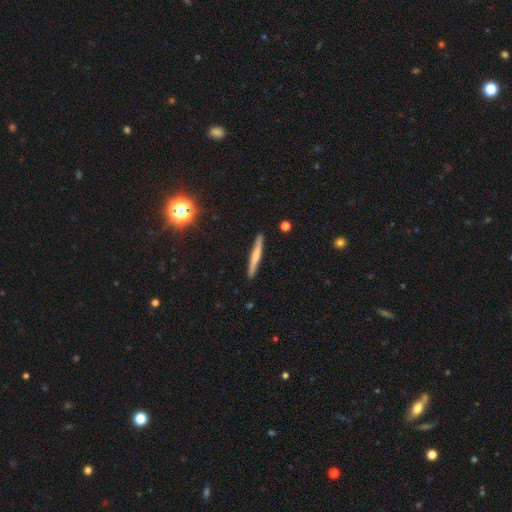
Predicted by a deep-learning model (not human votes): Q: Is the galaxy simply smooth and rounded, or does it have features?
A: smooth — 54%.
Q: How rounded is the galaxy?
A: cigar-shaped — 95%.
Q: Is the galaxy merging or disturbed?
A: none — 89%.